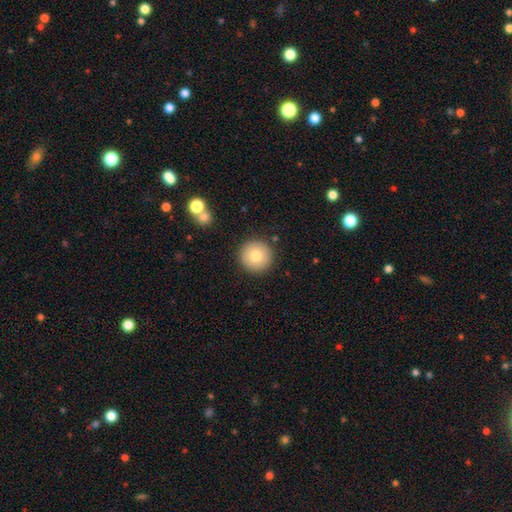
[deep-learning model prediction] smooth-or-featured: smooth: 78% | featured or disk: 13% | star or artifact: 9%
  how-rounded: round: 96% | in between: 3% | cigar-shaped: 1%
  merging: none: 90% | minor disturbance: 6% | merger: 2% | major disturbance: 2%